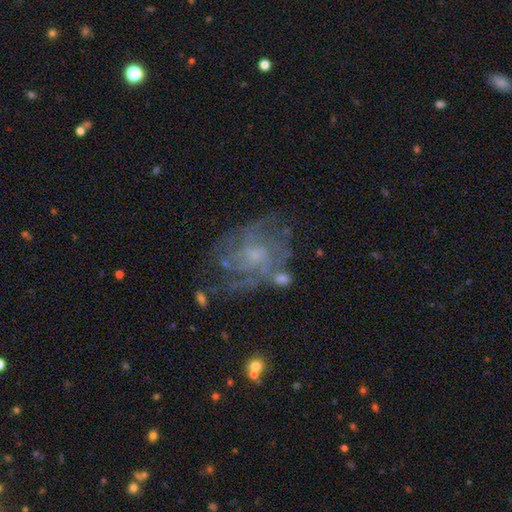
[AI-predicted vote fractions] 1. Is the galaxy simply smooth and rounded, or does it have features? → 76% featured or disk, 13% smooth, 11% star or artifact.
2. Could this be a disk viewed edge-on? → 97% no, 3% yes.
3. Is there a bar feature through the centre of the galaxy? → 69% no, 27% weak, 4% strong.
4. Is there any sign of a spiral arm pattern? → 81% yes, 19% no.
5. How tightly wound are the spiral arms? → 42% tight, 41% medium, 17% loose.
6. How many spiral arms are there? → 44% can't tell, 18% 3, 14% 2, 12% 4, 6% more than 4, 6% 1.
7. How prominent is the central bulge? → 47% small, 29% moderate, 20% none, 3% large, 1% dominant.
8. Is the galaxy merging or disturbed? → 58% none, 20% minor disturbance, 17% major disturbance, 6% merger.